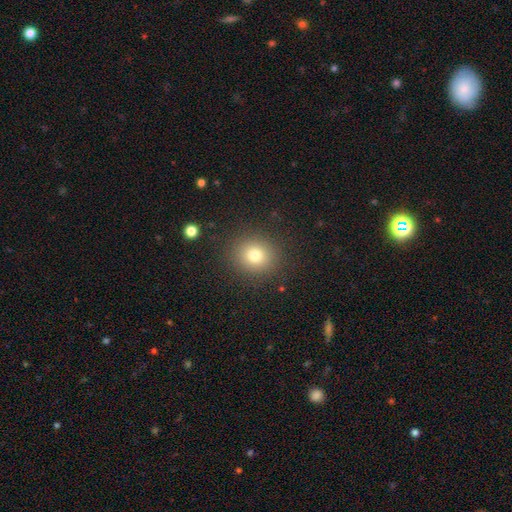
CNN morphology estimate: type=smooth (73%); roundness=round (85%); merging=none (91%).